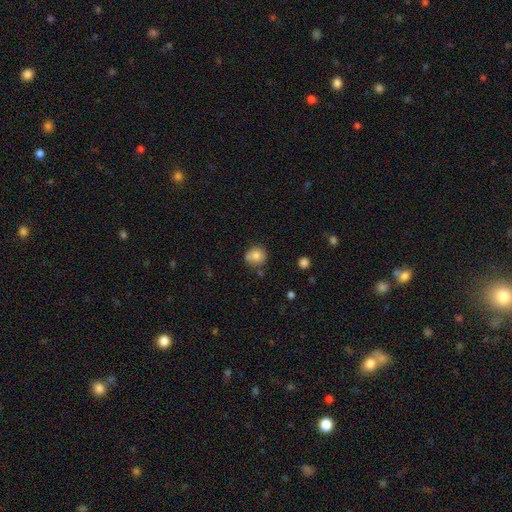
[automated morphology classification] Smooth or featured: smooth — 79% (featured or disk — 11%)
How rounded: round — 86% (in between — 13%)
Merging: none — 67% (minor disturbance — 19%)